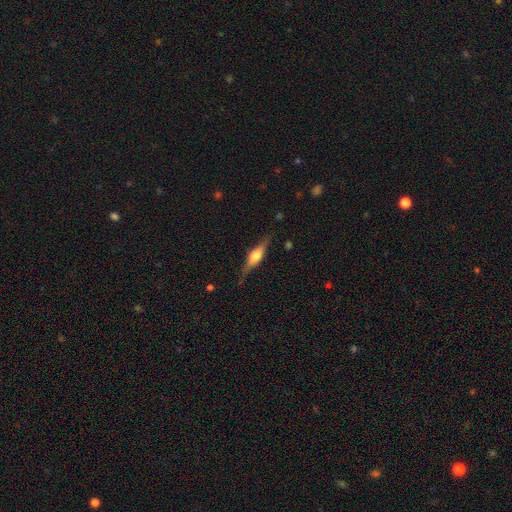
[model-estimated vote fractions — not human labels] This is likely a featured or disk galaxy (70%). It is clearly viewed edge-on (96%). Edge-on bulge: clearly rounded (89%). Merging: clearly none (83%).